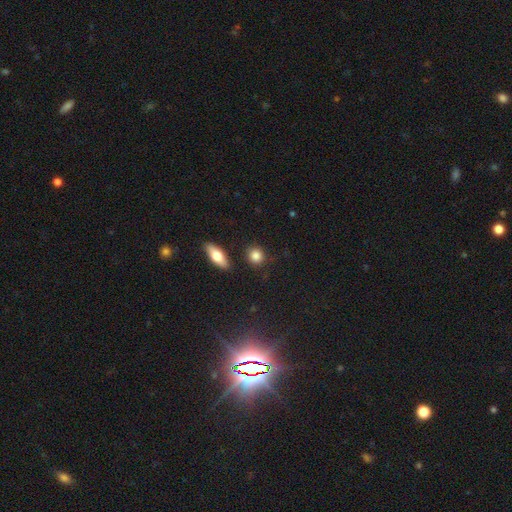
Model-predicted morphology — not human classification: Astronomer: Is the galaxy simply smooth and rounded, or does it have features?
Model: smooth — 85%.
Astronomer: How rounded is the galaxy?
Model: round — 79%.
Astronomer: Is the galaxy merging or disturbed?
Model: none — 84%.